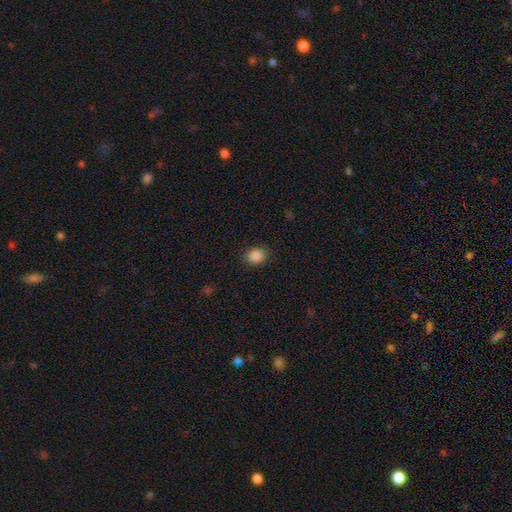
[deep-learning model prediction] smooth-or-featured: smooth: 88% | star or artifact: 10% | featured or disk: 3%
  how-rounded: round: 61% | in between: 38% | cigar-shaped: 1%
  merging: none: 88% | minor disturbance: 9% | major disturbance: 3% | merger: 1%